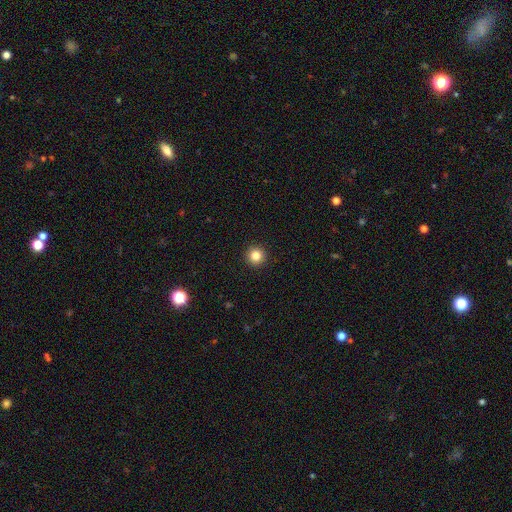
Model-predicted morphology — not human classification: Overall: smooth (84%). How rounded: round (96%). Merging: none (93%).